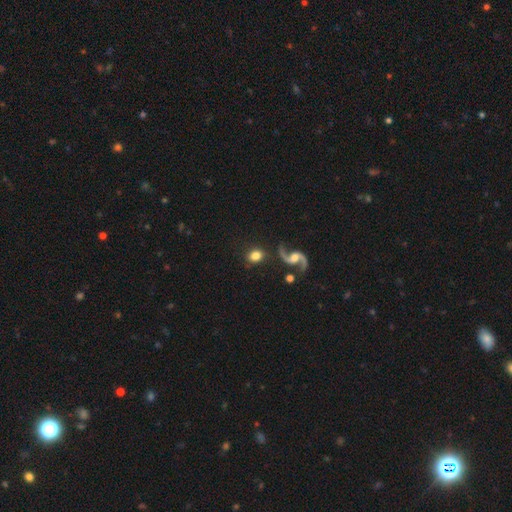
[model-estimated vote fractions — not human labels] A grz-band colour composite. It shows a smooth galaxy with no disk features (67%) that is round (66%). Merging: none (77%).